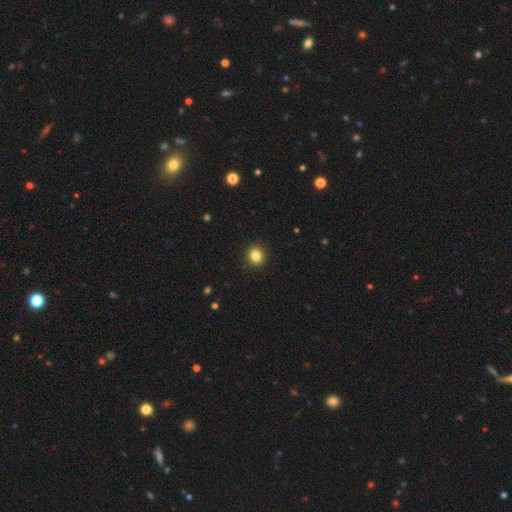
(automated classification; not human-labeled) This appears to be a smooth galaxy with no disk features (84%) that is round (83%). Merging: none (92%).